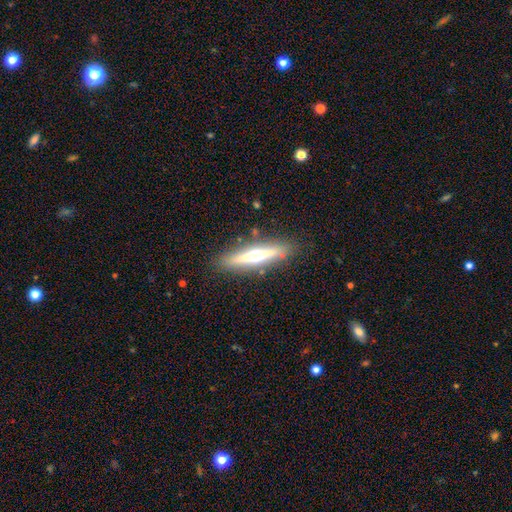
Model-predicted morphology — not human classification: Overall: featured or disk (63%; smooth 31%). Edge-on disk: yes (93%). Edge-on bulge: rounded (91%). Merging: none (86%).